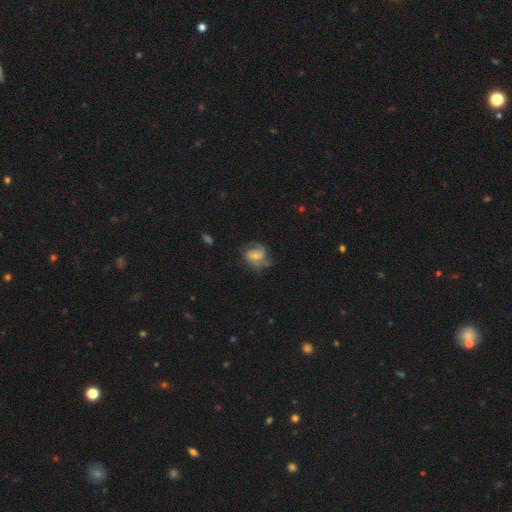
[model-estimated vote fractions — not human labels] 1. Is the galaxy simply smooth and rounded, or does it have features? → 68% featured or disk, 24% smooth, 8% star or artifact.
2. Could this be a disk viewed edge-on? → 98% no, 2% yes.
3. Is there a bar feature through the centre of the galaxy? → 58% no, 35% weak, 7% strong.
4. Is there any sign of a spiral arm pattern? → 85% yes, 15% no.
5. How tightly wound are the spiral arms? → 46% medium, 28% tight, 26% loose.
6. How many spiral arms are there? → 40% 2, 24% can't tell, 17% 3, 12% 1, 3% 4, 3% more than 4.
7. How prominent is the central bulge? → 53% small, 36% moderate, 7% none, 4% large, 1% dominant.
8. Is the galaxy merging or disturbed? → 49% none, 25% major disturbance, 24% minor disturbance, 2% merger.